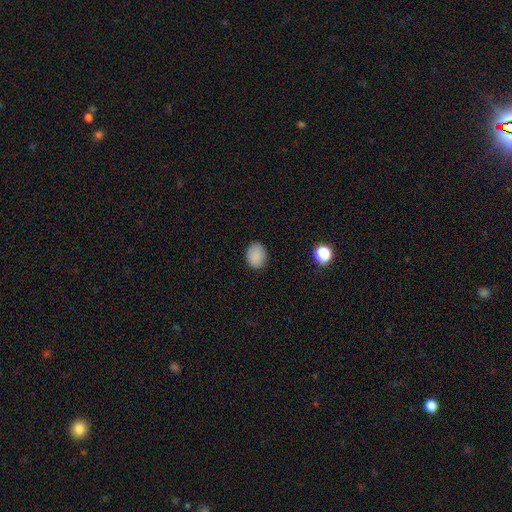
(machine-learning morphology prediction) Smooth or featured? smooth (87%)
How rounded? in between (55%)
Merging? none (86%)